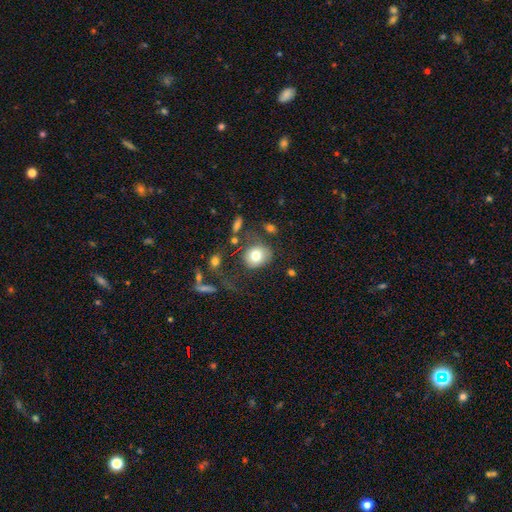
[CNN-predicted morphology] A smooth galaxy with no disk features (77%) that is round (66%). Merging: none (57%).